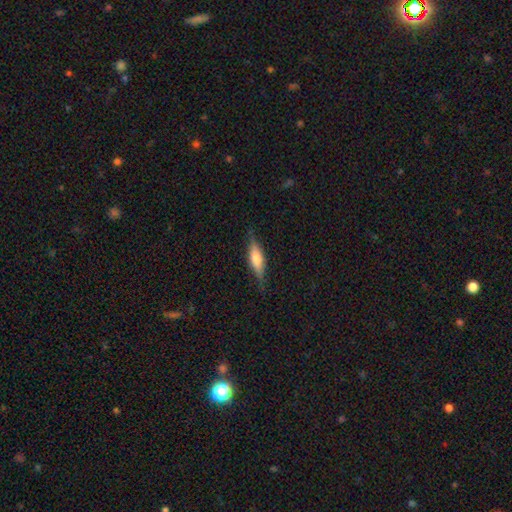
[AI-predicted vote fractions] Overall: smooth (53%; featured or disk 41%). How rounded: cigar-shaped (62%; in between 36%). Merging: none (81%).